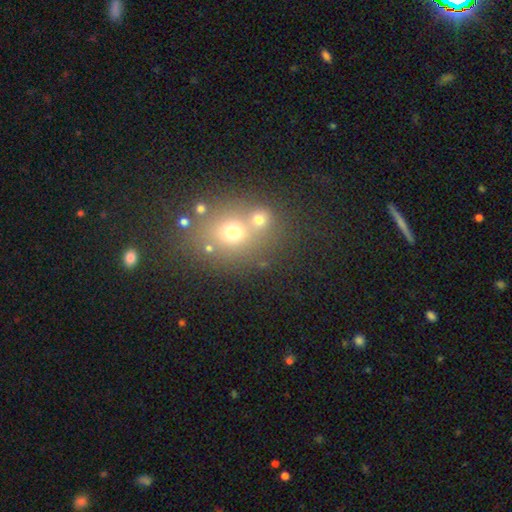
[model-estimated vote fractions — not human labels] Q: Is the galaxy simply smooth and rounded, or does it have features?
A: smooth — 50%.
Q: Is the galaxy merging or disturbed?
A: none — 52%.